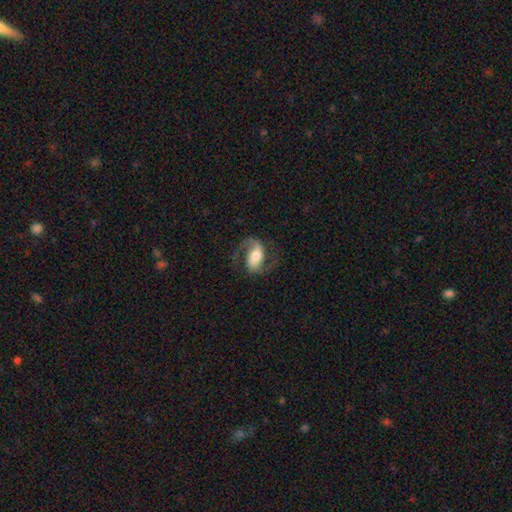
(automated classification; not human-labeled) This appears to be a featured or disk galaxy (77%) with a weak bar (37%), 2 (89%) medium (49%) spiral arms (94%) and a moderate central bulge (53%). Merging: none (71%).